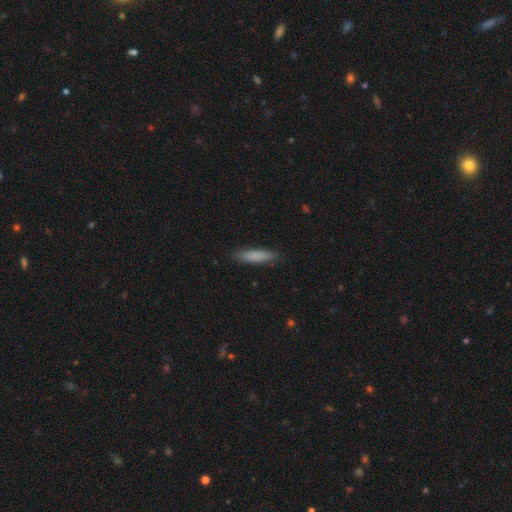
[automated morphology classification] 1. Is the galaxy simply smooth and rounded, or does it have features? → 84% smooth, 10% featured or disk, 6% star or artifact.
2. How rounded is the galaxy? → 81% cigar-shaped, 17% in between, 1% round.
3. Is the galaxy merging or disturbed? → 88% none, 9% minor disturbance, 2% major disturbance, 1% merger.